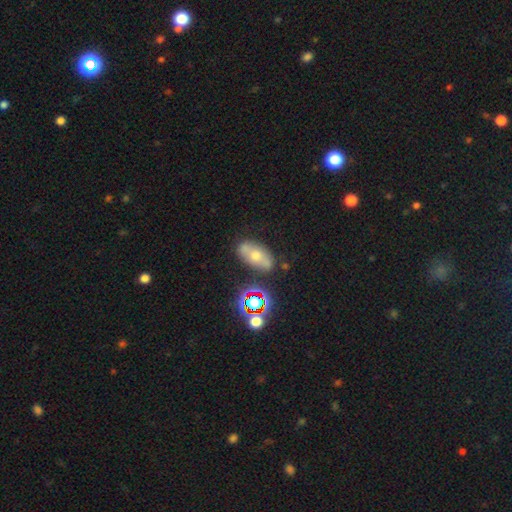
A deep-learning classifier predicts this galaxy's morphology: smooth_or_featured: smooth (p=0.42) [alt: featured or disk p=0.39]
merging: none (p=0.72) [alt: minor disturbance p=0.17]